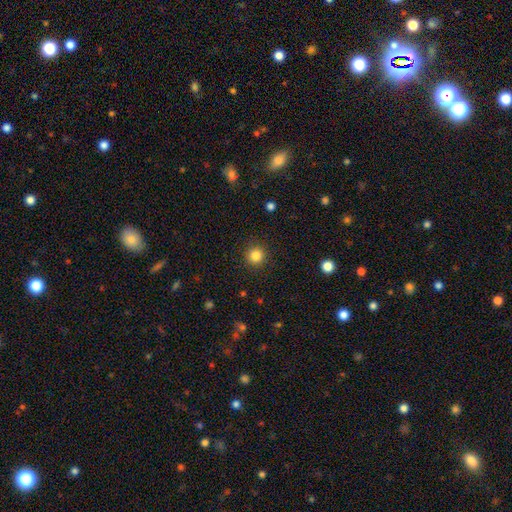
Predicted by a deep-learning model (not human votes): smooth_or_featured: smooth (p=0.84) [alt: star or artifact p=0.12]
how_rounded: round (p=0.95) [alt: in between p=0.04]
merging: none (p=0.91) [alt: minor disturbance p=0.06]